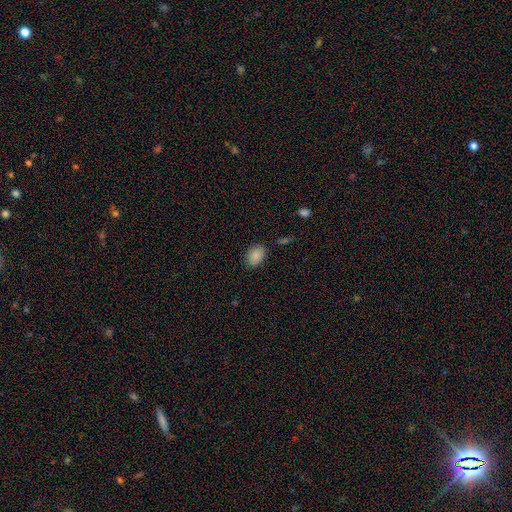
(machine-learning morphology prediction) type=smooth (88%); roundness=in between (74%); merging=none (83%).